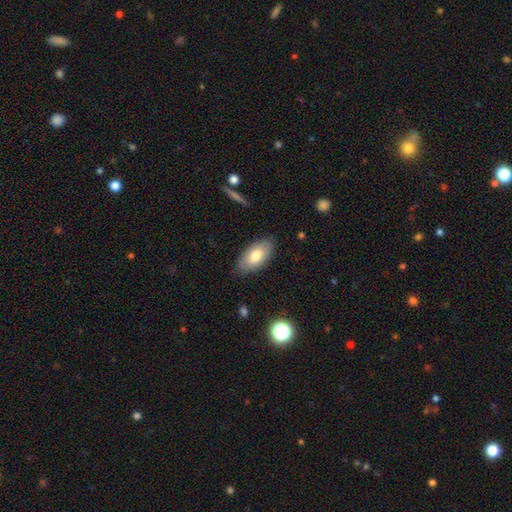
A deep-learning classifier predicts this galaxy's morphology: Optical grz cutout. It shows a smooth galaxy with no disk features (77%) that is in between round and cigar-shaped (94%). Merging: none (83%).